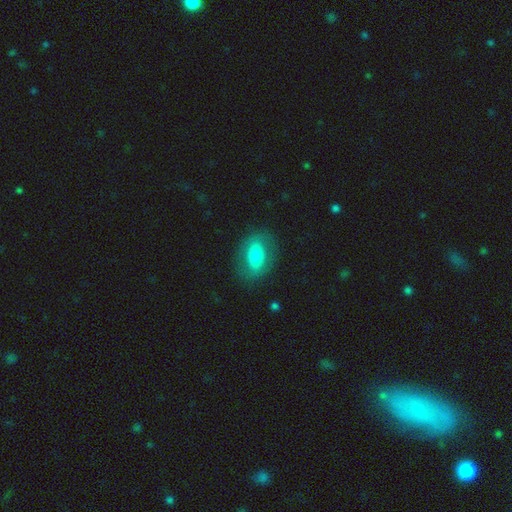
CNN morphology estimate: type=smooth (58%); roundness=in between (83%); merging=none (78%).